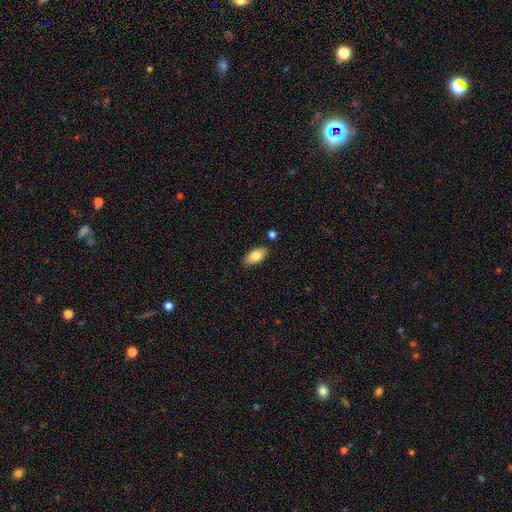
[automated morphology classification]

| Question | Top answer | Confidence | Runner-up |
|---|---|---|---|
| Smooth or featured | smooth | 81% | featured or disk (12%) |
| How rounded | in between | 93% | cigar-shaped (4%) |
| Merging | none | 85% | minor disturbance (10%) |